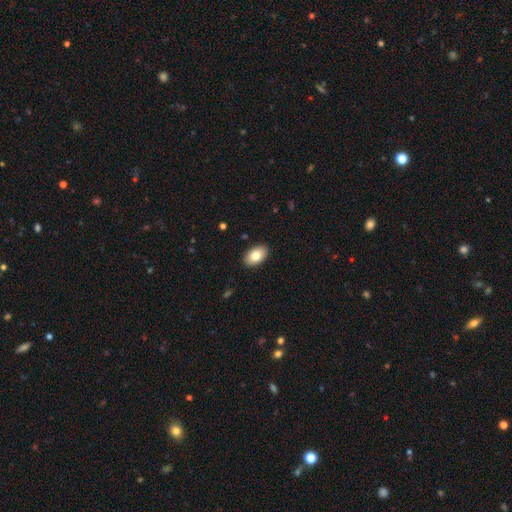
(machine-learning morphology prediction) This appears to be a smooth galaxy with no disk features (80%) that is in between round and cigar-shaped (92%). Merging: none (90%).